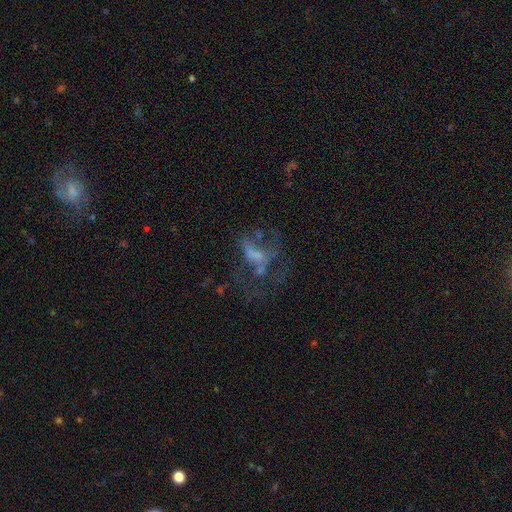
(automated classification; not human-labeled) A featured or disk galaxy (55%) with no bar (73%), no spiral arms (79%) and no central bulge (51%). Merging: major disturbance (43%).